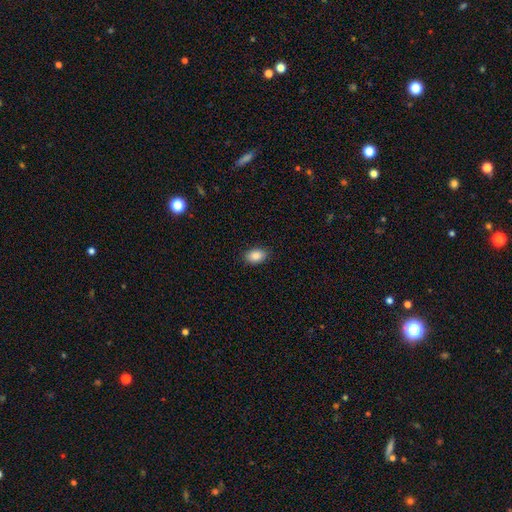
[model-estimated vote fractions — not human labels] smooth 87%, star or artifact 8%, featured or disk 5%. Down the decision tree: how rounded — in between (87%); merging — none (89%).